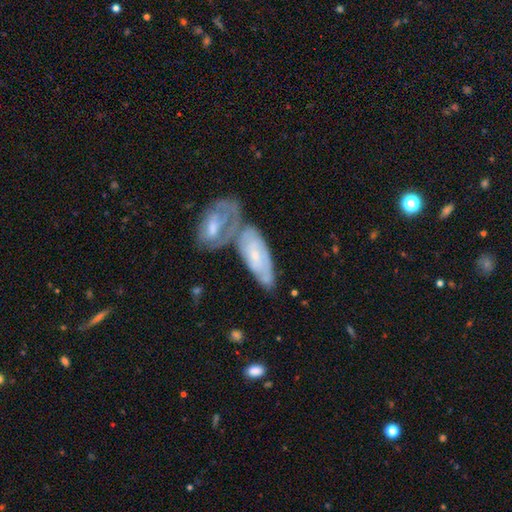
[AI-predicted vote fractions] This appears to be a featured or disk galaxy (61%) with no bar (69%), spiral arms (76%) and a small central bulge (69%). Merging: merger (47%).